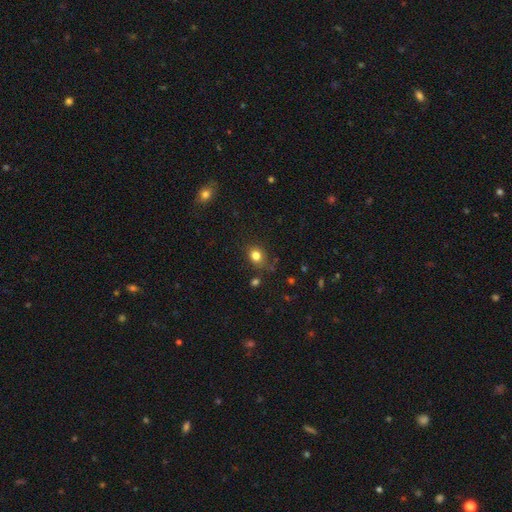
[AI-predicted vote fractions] The model was most divided on "how rounded": round: 65%, in between: 34%, cigar-shaped: 1%. More confident: smooth or featured — smooth (81%); merging — none (74%).